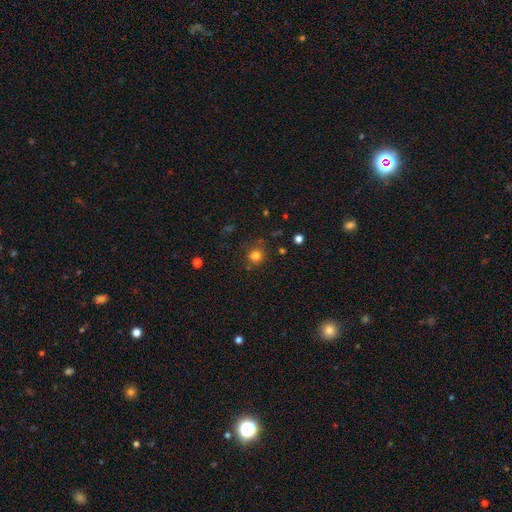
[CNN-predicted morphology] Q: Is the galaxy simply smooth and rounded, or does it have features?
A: smooth — 79%.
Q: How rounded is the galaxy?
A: round — 89%.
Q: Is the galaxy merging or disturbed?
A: none — 77%.